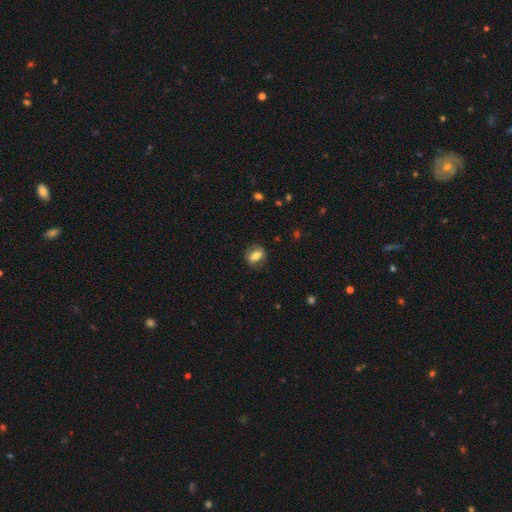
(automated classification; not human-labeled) Smooth or featured? smooth (67%)
How rounded? in between (64%)
Merging? none (80%)